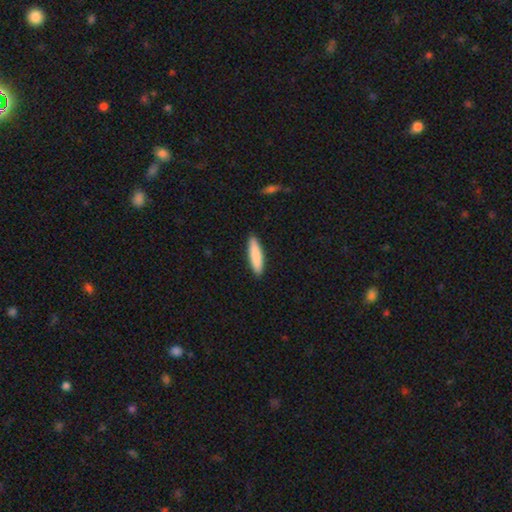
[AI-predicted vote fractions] Smooth or featured? Predicted: smooth (p=0.85). How rounded? Predicted: cigar-shaped (p=0.78). Merging? Predicted: none (p=0.91).